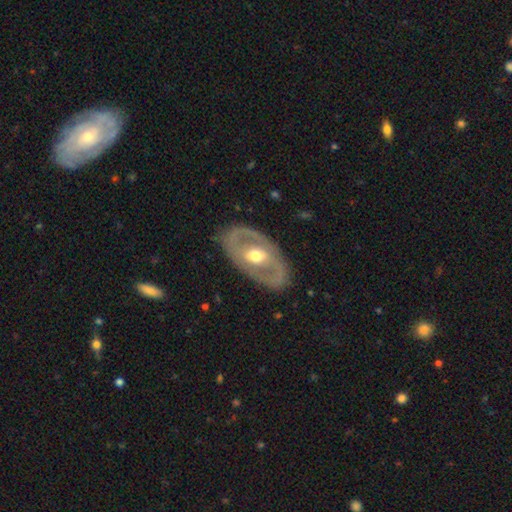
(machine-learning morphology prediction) This is likely a featured or disk galaxy (73%). It is clearly not viewed edge-on (90%). Bar: possibly no (48%). Spiral arm pattern: likely no (61%). Central bulge: likely moderate (74%). Merging: clearly none (82%).